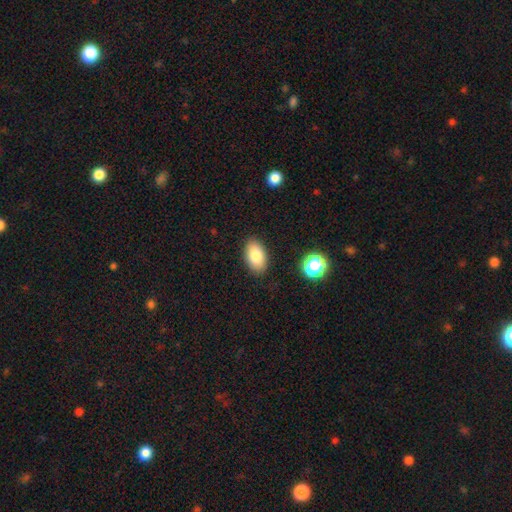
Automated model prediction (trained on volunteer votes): A smooth galaxy with no disk features (81%) that is in between round and cigar-shaped (92%).

Vote fractions:
- Smooth or featured? smooth: 81% / featured or disk: 10% / star or artifact: 8%
- How rounded? in between: 92% / round: 7% / cigar-shaped: 1%
- Merging? none: 88% / minor disturbance: 9% / major disturbance: 2% / merger: 1%